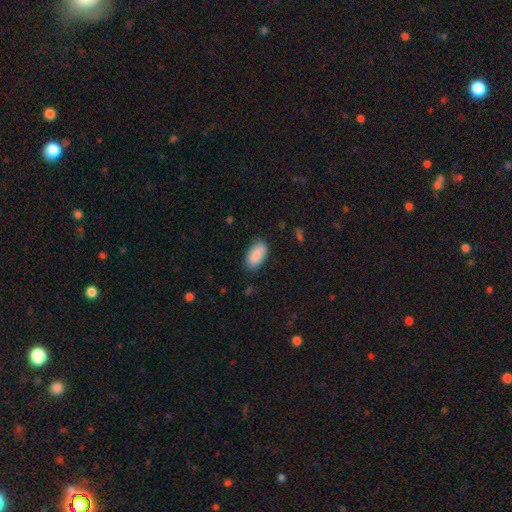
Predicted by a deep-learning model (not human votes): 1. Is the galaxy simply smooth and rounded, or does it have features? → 86% smooth, 8% featured or disk, 6% star or artifact.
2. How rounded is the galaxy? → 92% in between, 5% cigar-shaped, 3% round.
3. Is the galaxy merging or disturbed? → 82% none, 14% minor disturbance, 3% major disturbance, 1% merger.